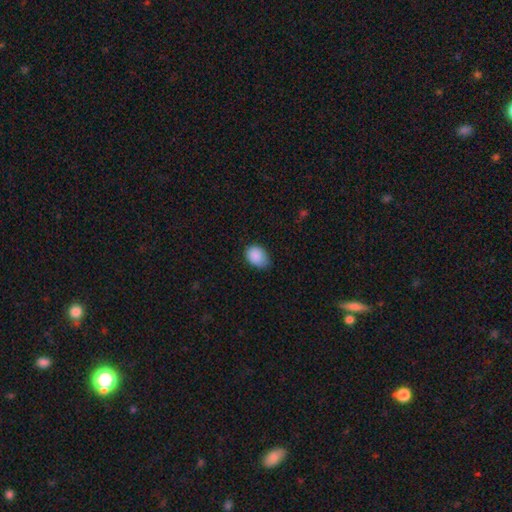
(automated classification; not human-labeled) smooth 89%, star or artifact 7%, featured or disk 4%. Down the decision tree: how rounded — in between (79%); merging — none (64%).